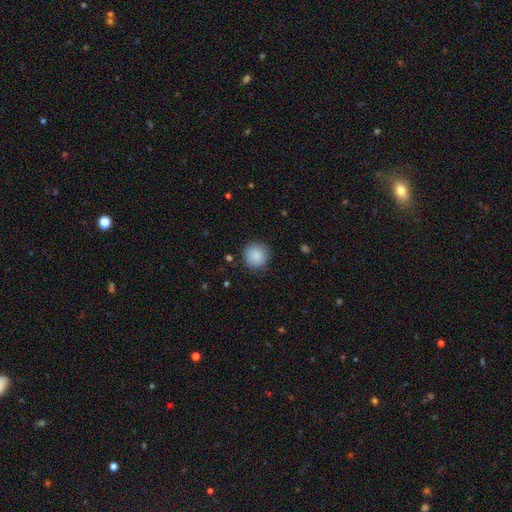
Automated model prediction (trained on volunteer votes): A smooth galaxy with no disk features (89%) that is round (94%). Merging: none (89%).